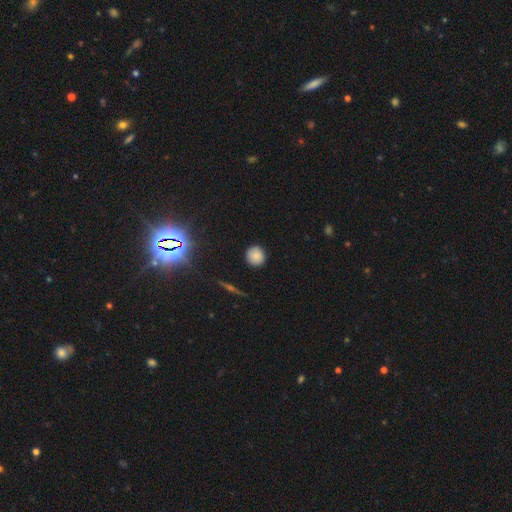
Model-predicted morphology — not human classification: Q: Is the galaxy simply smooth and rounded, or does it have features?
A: smooth — 83%.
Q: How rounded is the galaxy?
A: round — 94%.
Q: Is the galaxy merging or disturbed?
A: none — 91%.